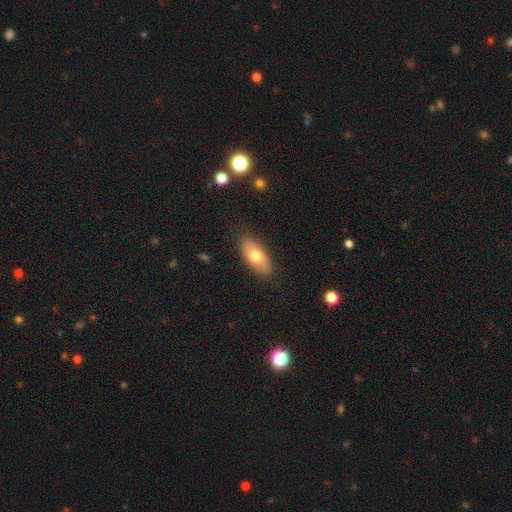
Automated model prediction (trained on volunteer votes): A smooth galaxy with no disk features (69%) that is in between round and cigar-shaped (88%). Merging: none (83%).